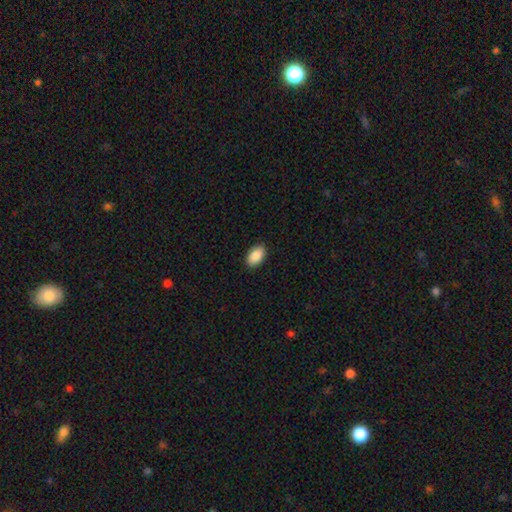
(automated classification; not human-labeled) smooth 90%, star or artifact 6%, featured or disk 3%. Down the decision tree: how rounded — in between (94%); merging — none (90%).